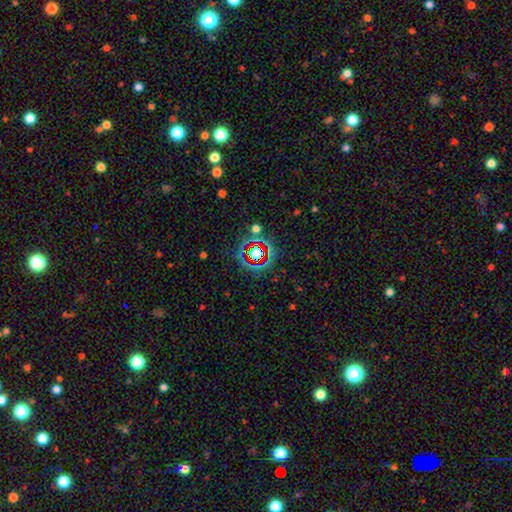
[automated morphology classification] smooth-or-featured: star or artifact: 64% | smooth: 23% | featured or disk: 13%